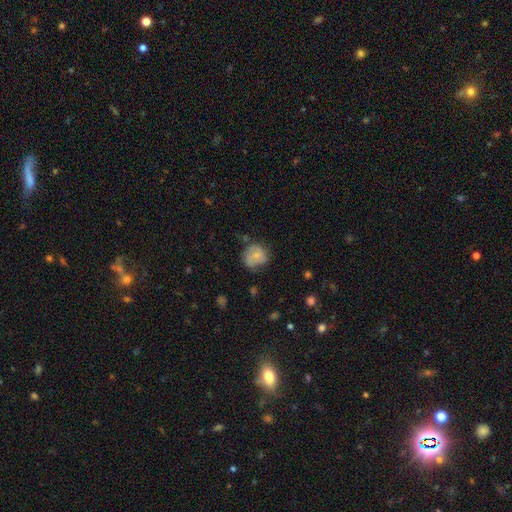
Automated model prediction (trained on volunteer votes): smooth 54%, featured or disk 38%, star or artifact 8%. Down the decision tree: how rounded — round (75%); merging — none (57%).